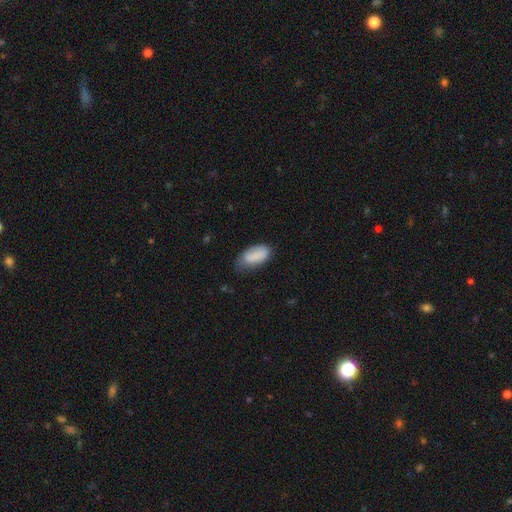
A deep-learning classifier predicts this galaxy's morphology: Smooth or featured: smooth — 83% (featured or disk — 10%)
How rounded: in between — 94% (cigar-shaped — 3%)
Merging: none — 53% (minor disturbance — 34%)